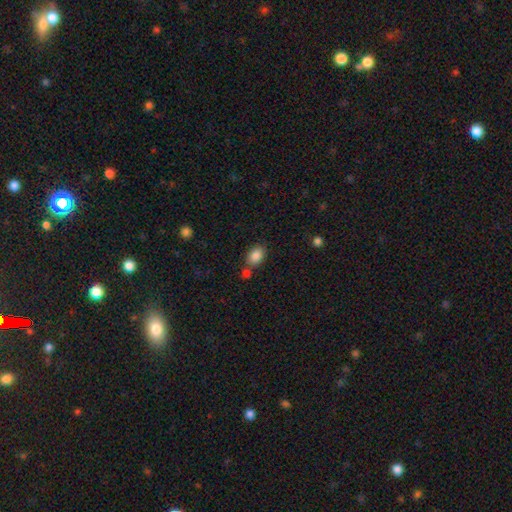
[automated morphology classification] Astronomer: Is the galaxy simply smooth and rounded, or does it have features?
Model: smooth — 86%.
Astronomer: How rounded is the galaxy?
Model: in between — 81%.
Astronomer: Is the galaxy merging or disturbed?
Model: none — 69%.